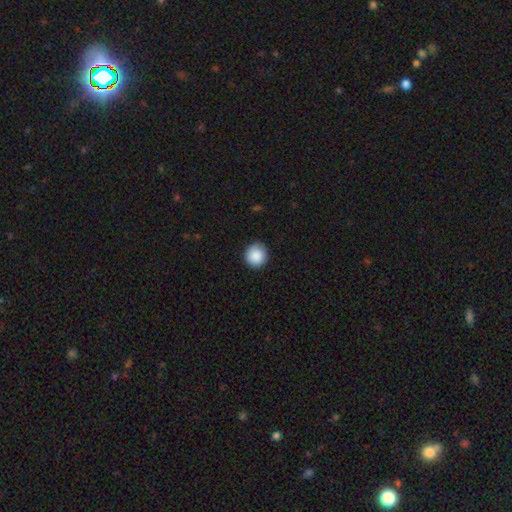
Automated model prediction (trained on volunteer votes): A smooth galaxy with no disk features (89%) that is round (92%). Merging: none (90%).